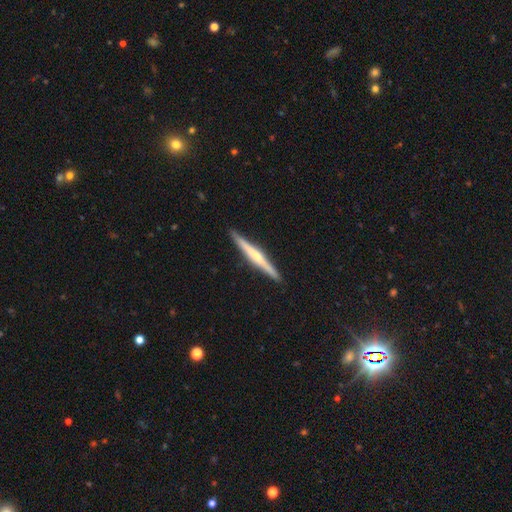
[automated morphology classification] A featured or disk galaxy (67%) viewed edge-on (98%) with a rounded central bulge (57%). Merging: none (92%).